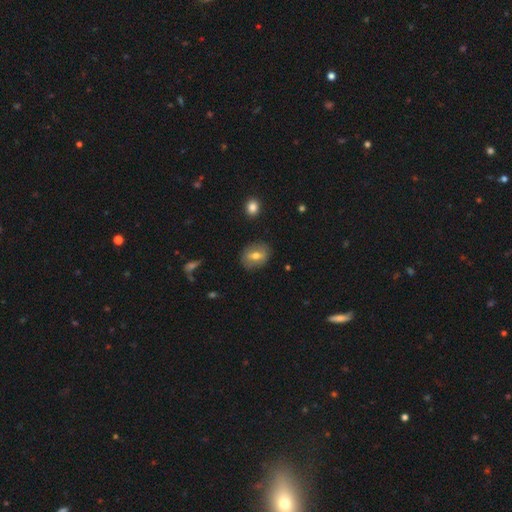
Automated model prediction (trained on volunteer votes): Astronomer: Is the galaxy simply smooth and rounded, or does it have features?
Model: smooth — 57% (runner-up: featured or disk, 35%).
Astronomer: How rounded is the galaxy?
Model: in between — 54% (runner-up: round, 44%).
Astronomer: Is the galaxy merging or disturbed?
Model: none — 84%.